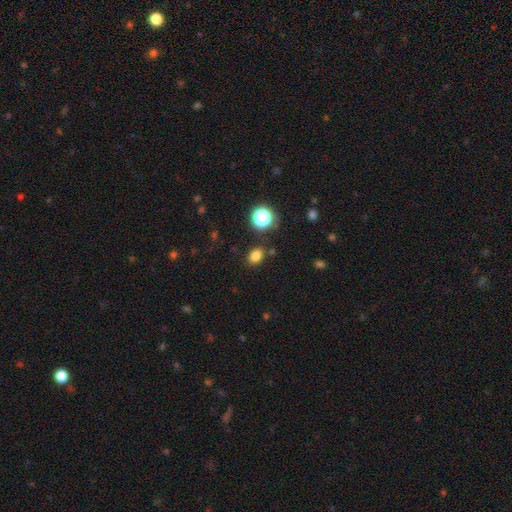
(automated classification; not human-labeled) Morphology: type=smooth (80%); roundness=in between (63%); merging=none (83%).